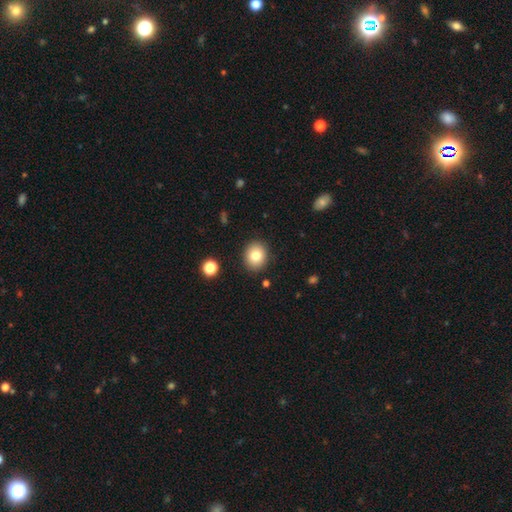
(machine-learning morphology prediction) Overall: smooth (80%). How rounded: round (73%). Merging: none (89%).